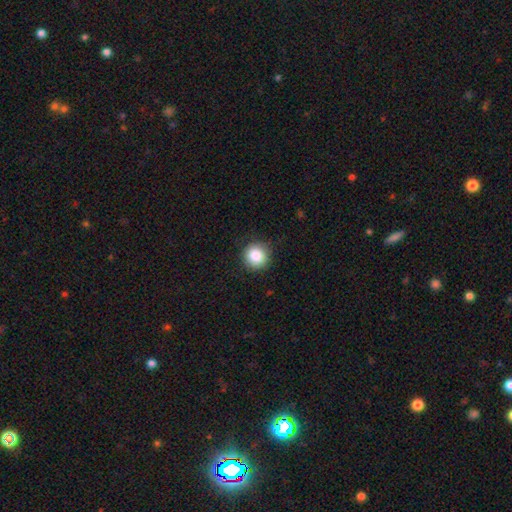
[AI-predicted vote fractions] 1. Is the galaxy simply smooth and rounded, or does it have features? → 87% smooth, 9% star or artifact, 4% featured or disk.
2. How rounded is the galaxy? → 94% round, 5% in between, 1% cigar-shaped.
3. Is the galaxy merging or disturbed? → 87% none, 9% minor disturbance, 2% major disturbance, 1% merger.